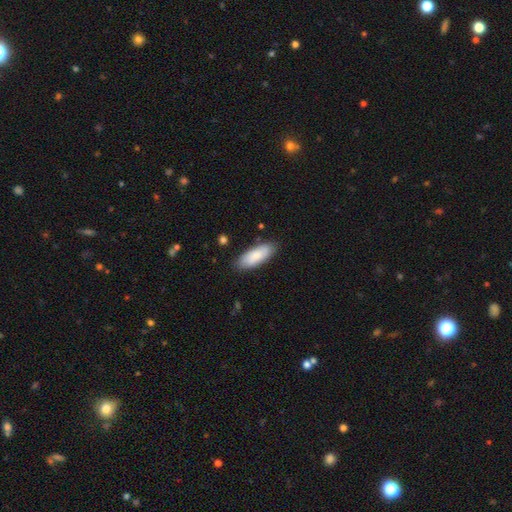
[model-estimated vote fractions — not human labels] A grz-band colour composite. It shows a smooth galaxy with no disk features (82%) that is in between round and cigar-shaped (76%). Merging: none (83%).